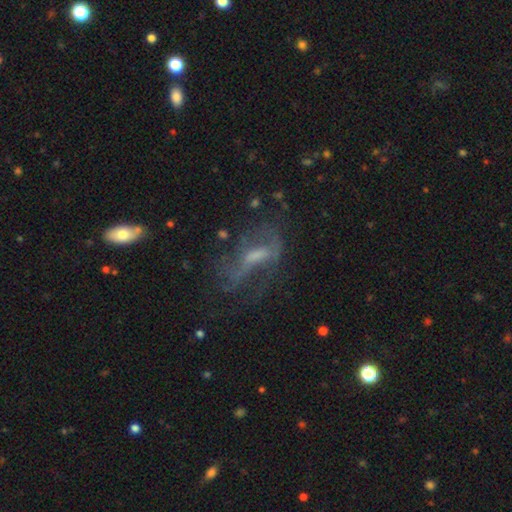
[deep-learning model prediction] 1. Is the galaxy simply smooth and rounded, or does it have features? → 63% featured or disk, 23% smooth, 15% star or artifact.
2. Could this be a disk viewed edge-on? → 85% no, 15% yes.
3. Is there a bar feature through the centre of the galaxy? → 40% weak, 33% no, 27% strong.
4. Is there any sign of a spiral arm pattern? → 55% yes, 45% no.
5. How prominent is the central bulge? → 33% moderate, 32% small, 27% none, 7% large, 2% dominant.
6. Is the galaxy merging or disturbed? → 44% none, 33% major disturbance, 19% minor disturbance, 5% merger.